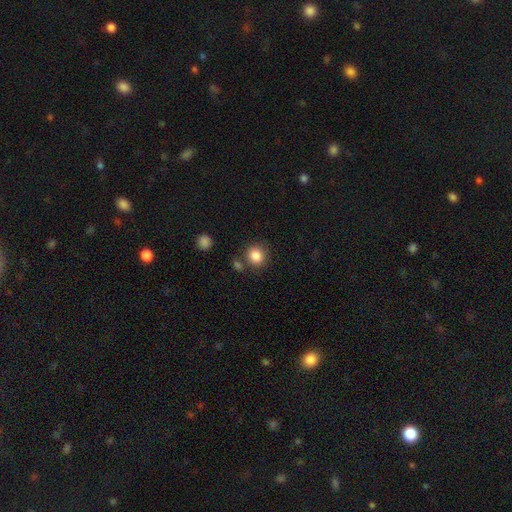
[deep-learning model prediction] smooth_or_featured: smooth (p=0.86) [alt: star or artifact p=0.10]
how_rounded: round (p=0.80) [alt: in between p=0.19]
merging: none (p=0.78) [alt: minor disturbance p=0.10]